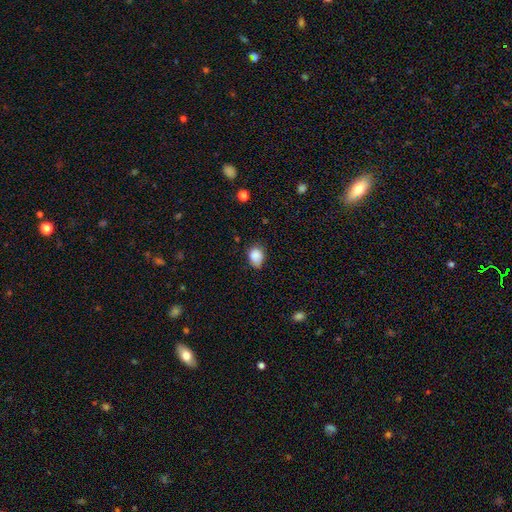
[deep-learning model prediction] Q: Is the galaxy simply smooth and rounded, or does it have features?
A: smooth — 85%.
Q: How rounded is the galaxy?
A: in between — 56%.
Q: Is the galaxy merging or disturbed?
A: none — 55%.